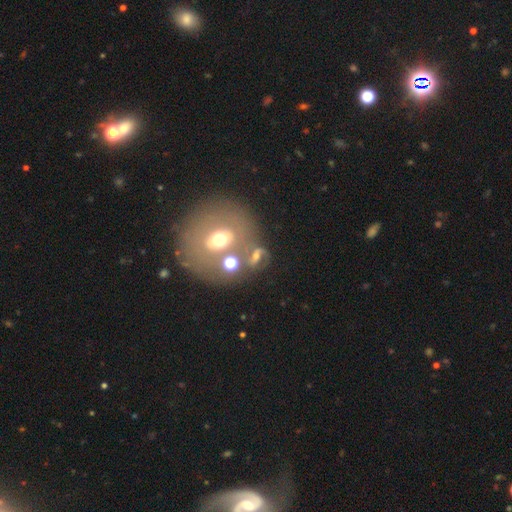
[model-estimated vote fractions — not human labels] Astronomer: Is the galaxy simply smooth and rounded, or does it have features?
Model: featured or disk — 46% (runner-up: smooth, 36%).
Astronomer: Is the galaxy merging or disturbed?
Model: none — 43% (runner-up: merger, 27%).